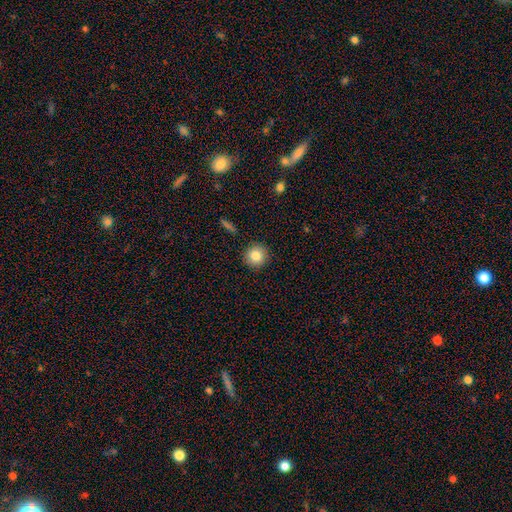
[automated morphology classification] Q: Smooth or featured?
A: smooth (83%); runner-up: star or artifact (9%)
Q: How rounded?
A: round (94%); runner-up: in between (5%)
Q: Merging?
A: none (91%); runner-up: minor disturbance (6%)